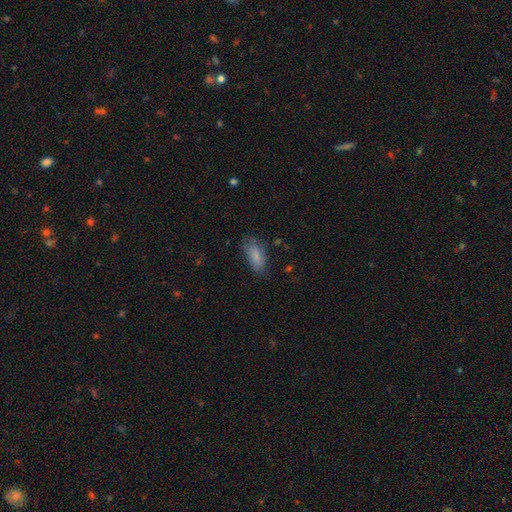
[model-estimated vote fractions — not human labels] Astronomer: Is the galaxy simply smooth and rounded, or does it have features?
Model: smooth — 79%.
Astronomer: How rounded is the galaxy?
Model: in between — 85%.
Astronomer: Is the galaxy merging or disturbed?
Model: none — 71%.